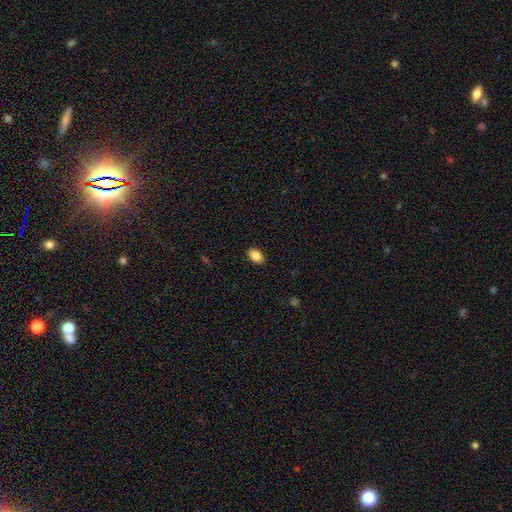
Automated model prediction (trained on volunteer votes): smooth 86%, star or artifact 8%, featured or disk 6%. Down the decision tree: how rounded — in between (88%); merging — none (89%).